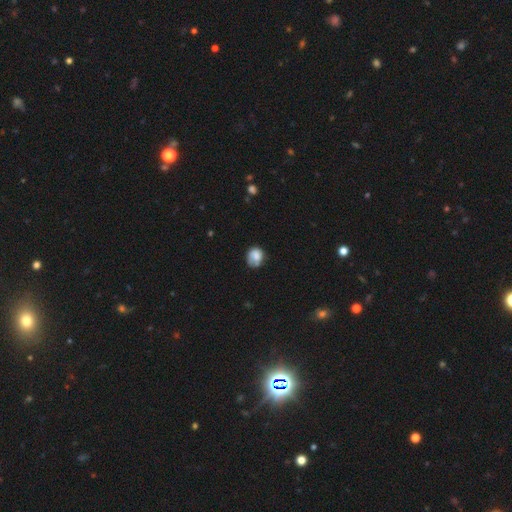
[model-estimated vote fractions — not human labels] Q: Smooth or featured?
A: smooth (74%); runner-up: featured or disk (18%)
Q: How rounded?
A: round (61%); runner-up: in between (38%)
Q: Merging?
A: none (52%); runner-up: minor disturbance (32%)